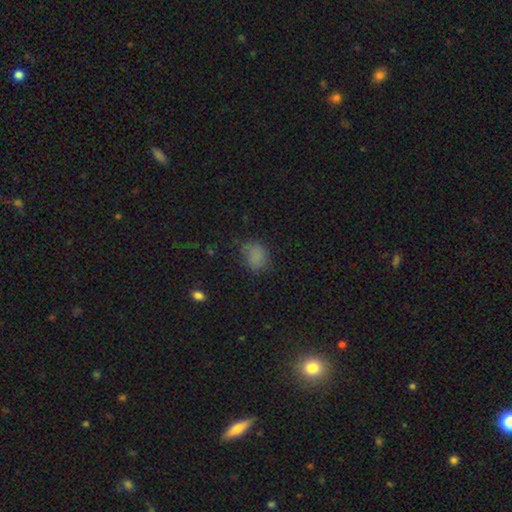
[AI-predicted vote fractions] Q: Smooth or featured?
A: smooth (77%); runner-up: star or artifact (15%)
Q: How rounded?
A: in between (55%); runner-up: round (44%)
Q: Merging?
A: none (63%); runner-up: minor disturbance (25%)